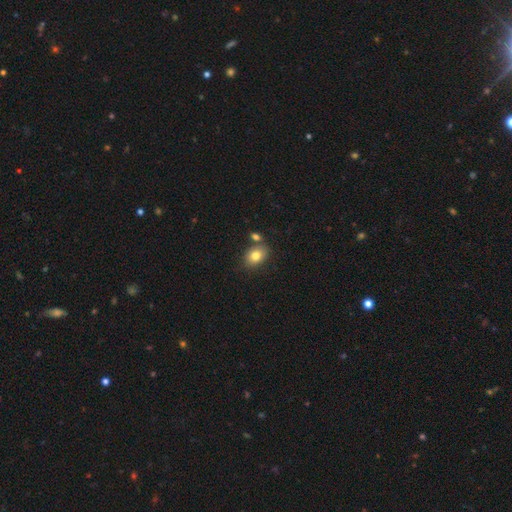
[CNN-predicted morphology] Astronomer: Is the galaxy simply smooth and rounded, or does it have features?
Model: smooth — 79%.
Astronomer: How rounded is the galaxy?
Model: in between — 72%.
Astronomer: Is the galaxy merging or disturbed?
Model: none — 71%.